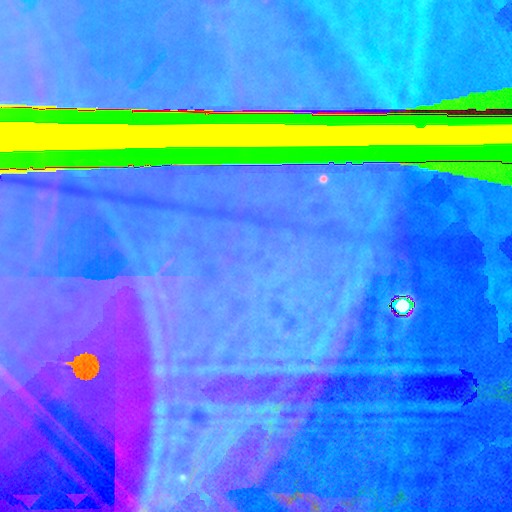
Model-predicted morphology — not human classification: Smooth or featured?
  - star or artifact: 85% *
  - featured or disk: 9%
  - smooth: 6%